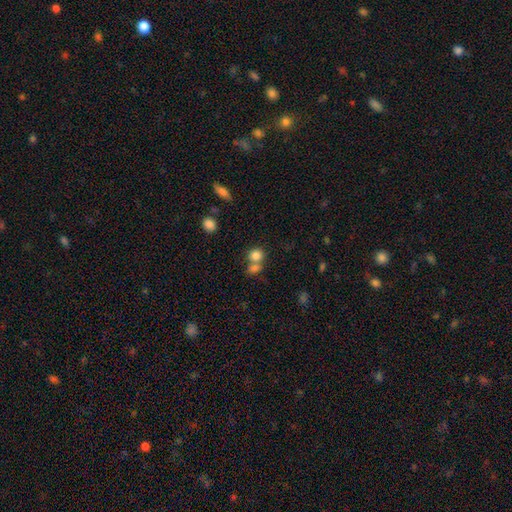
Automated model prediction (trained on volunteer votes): Overall: smooth (81%). How rounded: round (75%). Merging: merger (46%; none 43%).